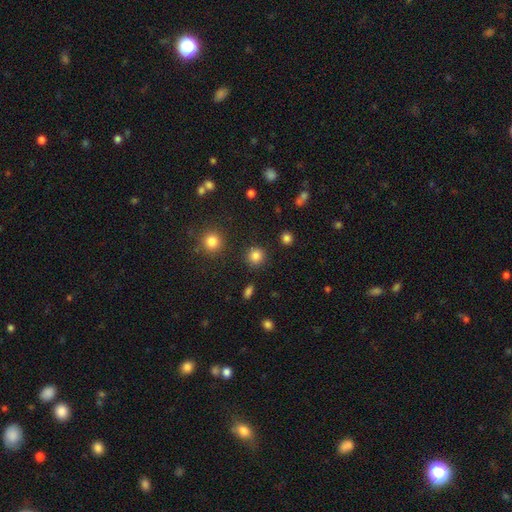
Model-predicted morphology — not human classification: smooth-or-featured: smooth: 84% | star or artifact: 12% | featured or disk: 4%
  how-rounded: round: 93% | in between: 6% | cigar-shaped: 1%
  merging: none: 90% | minor disturbance: 6% | major disturbance: 2% | merger: 2%